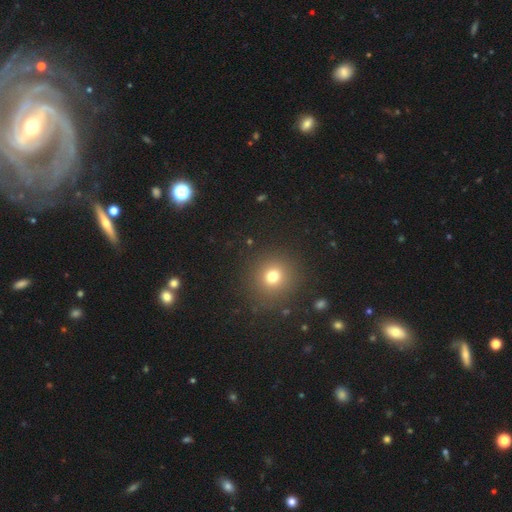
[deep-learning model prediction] Smooth or featured? Predicted: featured or disk (p=0.39). Merging? Predicted: none (p=0.86).